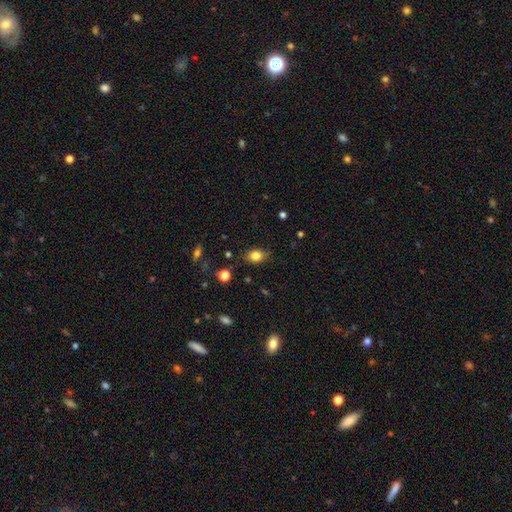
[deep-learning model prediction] Overall: smooth (81%). How rounded: in between (67%; round 31%). Merging: none (80%).